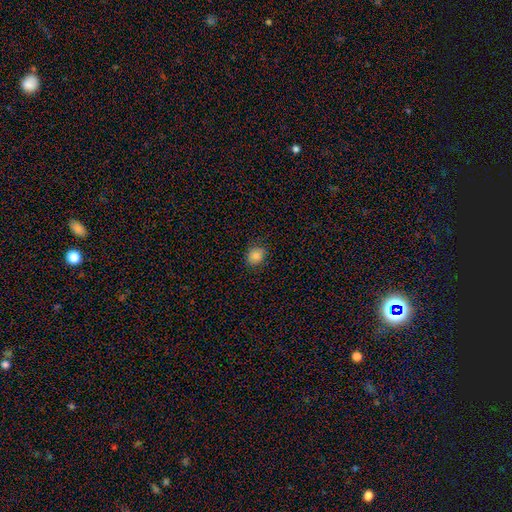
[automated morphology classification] smooth 85%, star or artifact 10%, featured or disk 5%. Down the decision tree: how rounded — round (64%); merging — none (85%).